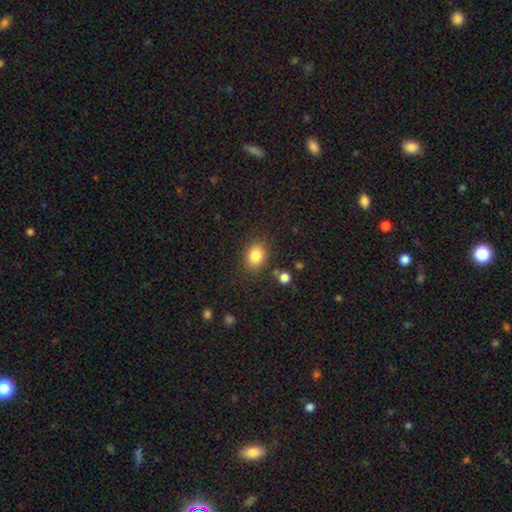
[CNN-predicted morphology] The model was most divided on "how rounded": in between: 53%, round: 46%, cigar-shaped: 1%. More confident: smooth or featured — smooth (84%); merging — none (81%).